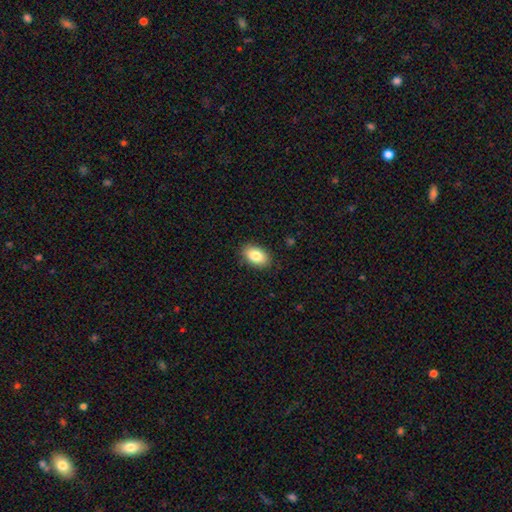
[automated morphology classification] Smooth or featured?
  - smooth: 84% *
  - featured or disk: 9%
  - star or artifact: 7%
How rounded?
  - in between: 92% *
  - round: 7%
  - cigar-shaped: 1%
Merging?
  - none: 88% *
  - minor disturbance: 9%
  - major disturbance: 2%
  - merger: 1%